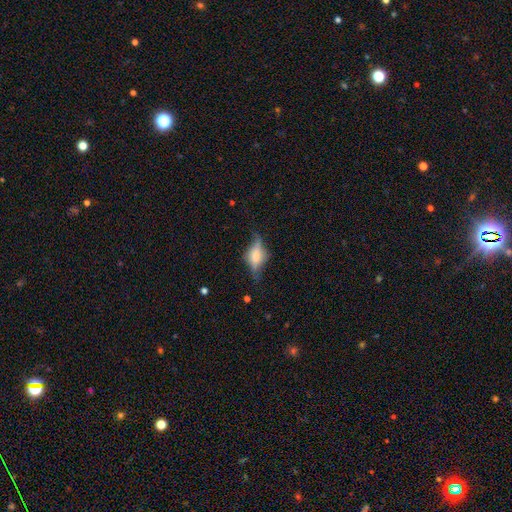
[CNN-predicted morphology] smooth_or_featured: featured or disk (p=0.56) [alt: smooth p=0.35]
disk_edge_on: yes (p=0.88) [alt: no p=0.12]
merging: none (p=0.60) [alt: minor disturbance p=0.26]